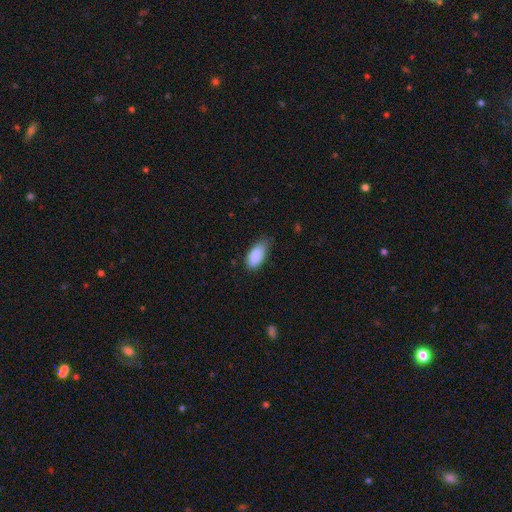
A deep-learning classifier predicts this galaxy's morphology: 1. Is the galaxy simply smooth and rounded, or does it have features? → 89% smooth, 7% star or artifact, 4% featured or disk.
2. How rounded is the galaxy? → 91% in between, 7% cigar-shaped, 2% round.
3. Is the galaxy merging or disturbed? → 65% none, 29% minor disturbance, 5% major disturbance, 1% merger.